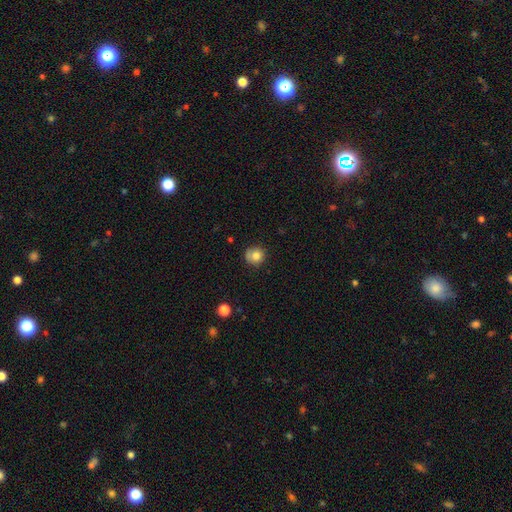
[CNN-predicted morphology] smooth-or-featured: smooth: 79% | featured or disk: 11% | star or artifact: 10%
  how-rounded: round: 87% | in between: 12% | cigar-shaped: 1%
  merging: none: 68% | minor disturbance: 23% | major disturbance: 6% | merger: 4%